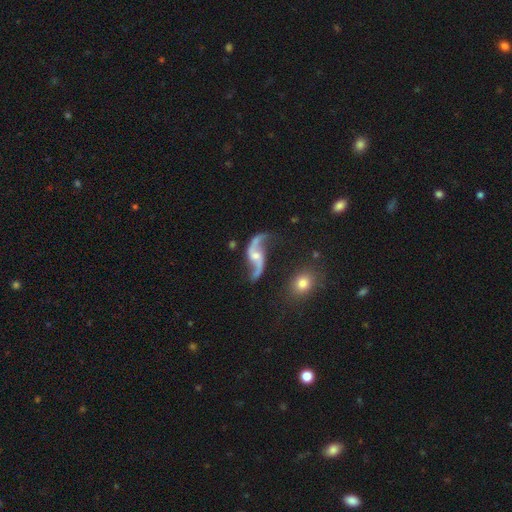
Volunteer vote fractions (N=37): A featured or disk galaxy (95%) with no bar (77%), 2 (100%) loose (97%) spiral arms (100%) and a moderate central bulge (49%).

Vote fractions:
- Smooth or featured? featured or disk: 95% / smooth: 3% / star or artifact: 3%
- Edge-on disk? no: 100% / yes: 0%
- Bar? no: 77% / weak: 20% / strong: 3%
- Spiral arms? yes: 100% / no: 0%
- Spiral winding? loose: 97% / medium: 3% / tight: 0%
- Spiral arm count? 2: 100% / 1: 0% / 3: 0% / 4: 0% / more than 4: 0% / can't tell: 0%
- Bulge size? moderate: 49% / small: 46% / large: 6% / dominant: 0% / none: 0%
- Merging? none: 86% / minor disturbance: 11% / major disturbance: 3% / merger: 0%